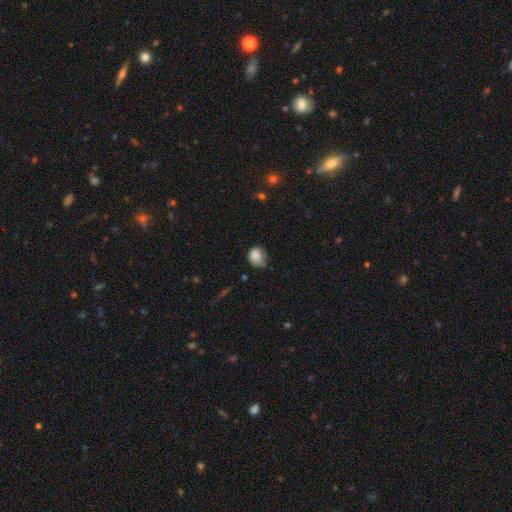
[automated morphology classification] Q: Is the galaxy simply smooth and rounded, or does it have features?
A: smooth — 83%.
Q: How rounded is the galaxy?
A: round — 59%.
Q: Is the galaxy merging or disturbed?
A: none — 52%.